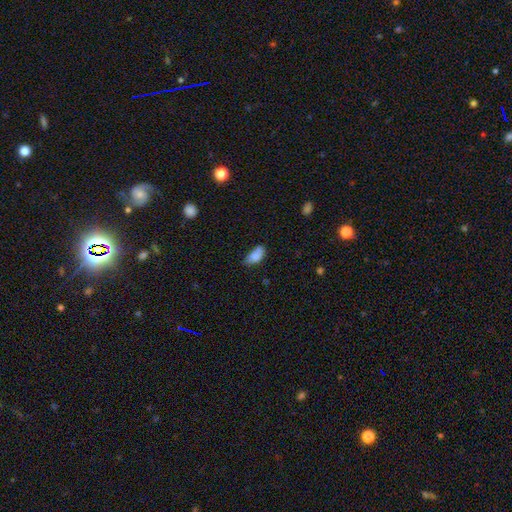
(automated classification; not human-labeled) This appears to be a smooth galaxy with no disk features (81%) that is in between round and cigar-shaped (90%). Merging: none (48%).